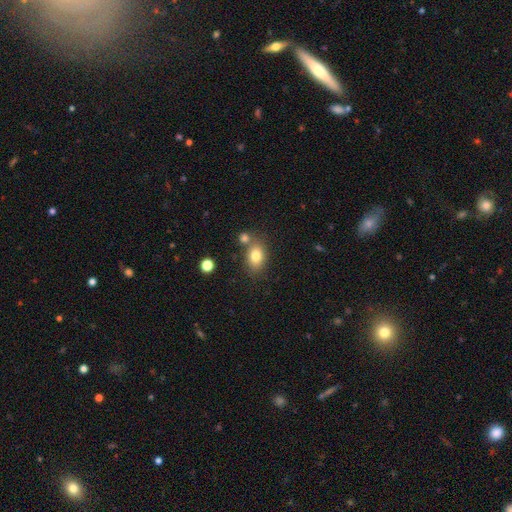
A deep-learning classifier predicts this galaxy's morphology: This appears to be a smooth galaxy with no disk features (79%) that is in between round and cigar-shaped (72%). Merging: none (64%).